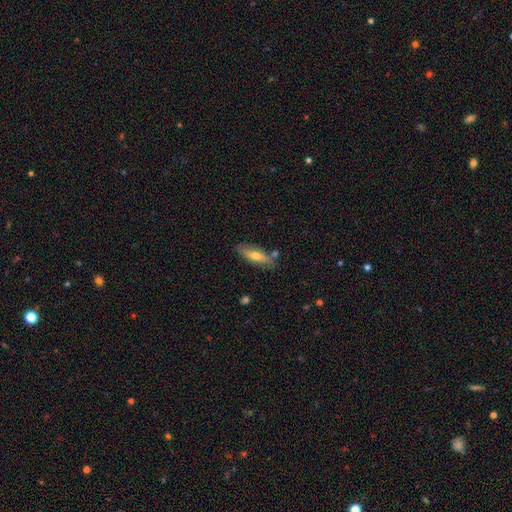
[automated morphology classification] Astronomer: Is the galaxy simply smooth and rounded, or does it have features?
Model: smooth — 51% (runner-up: featured or disk, 41%).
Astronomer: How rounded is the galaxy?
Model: cigar-shaped — 53% (runner-up: in between, 44%).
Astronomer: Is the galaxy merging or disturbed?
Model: none — 80%.